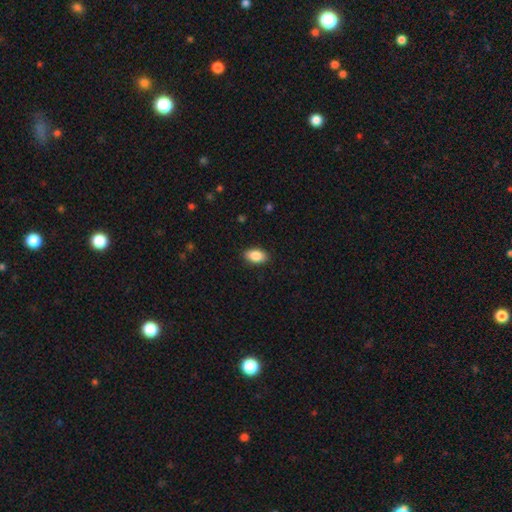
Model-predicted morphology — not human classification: smooth 87%, star or artifact 7%, featured or disk 6%. Down the decision tree: how rounded — in between (92%); merging — none (88%).